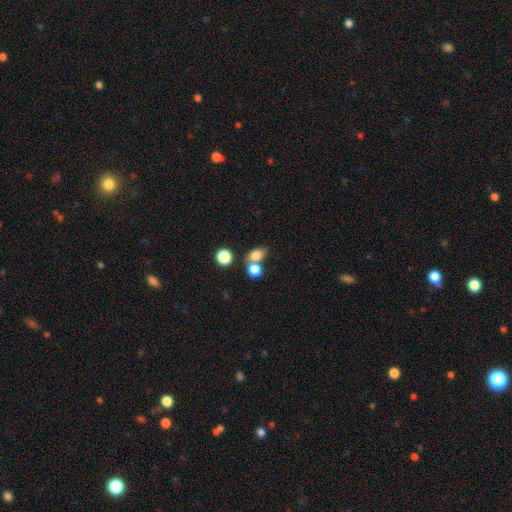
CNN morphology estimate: Smooth or featured? Predicted: smooth (p=0.79). How rounded? Predicted: in between (p=0.63). Merging? Predicted: none (p=0.48).